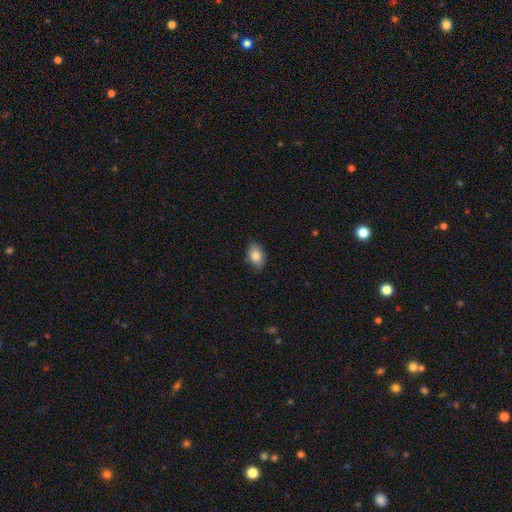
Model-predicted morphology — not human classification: The model was most divided on "how rounded": in between: 84%, round: 14%, cigar-shaped: 2%. More confident: merging — none (85%); smooth or featured — smooth (82%).